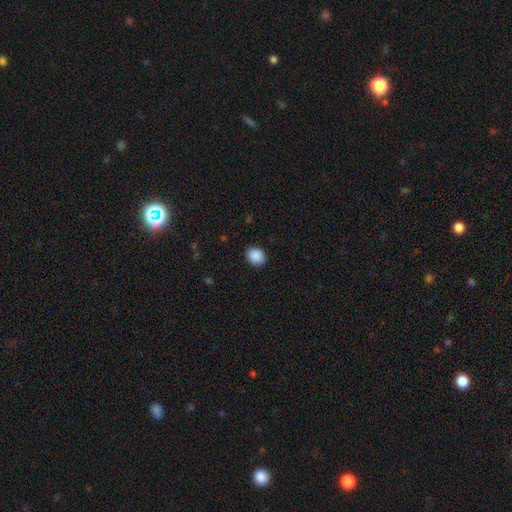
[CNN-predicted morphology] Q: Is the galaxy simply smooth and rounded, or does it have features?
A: smooth — 90%.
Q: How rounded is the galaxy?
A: round — 63%.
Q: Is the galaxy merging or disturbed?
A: none — 89%.